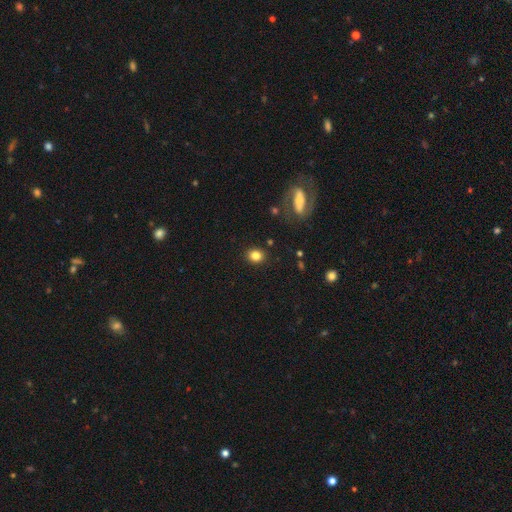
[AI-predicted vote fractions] The model was most divided on "how rounded": round: 69%, in between: 30%, cigar-shaped: 1%. More confident: merging — none (89%); smooth or featured — smooth (82%).